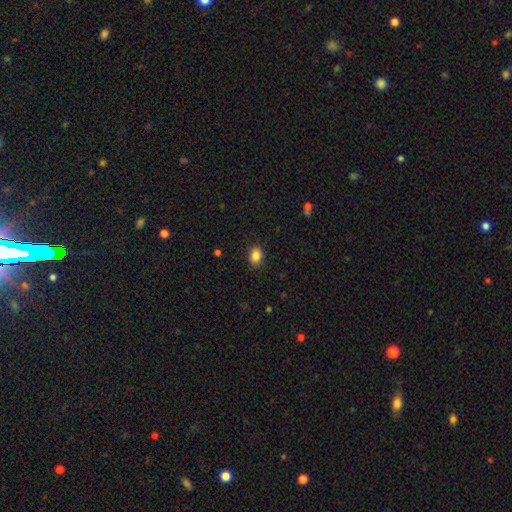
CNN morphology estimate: Overall: smooth (86%). How rounded: in between (59%; round 40%). Merging: none (89%).